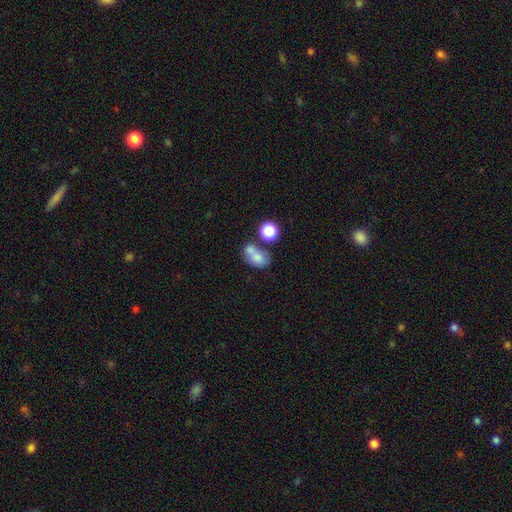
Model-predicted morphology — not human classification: Smooth or featured: smooth — 70% (featured or disk — 19%)
How rounded: in between — 69% (round — 29%)
Merging: merger — 49% (none — 31%)